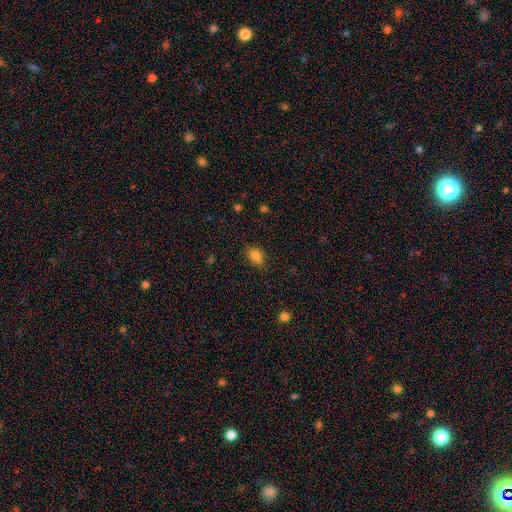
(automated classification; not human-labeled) This appears to be a smooth galaxy with no disk features (80%) that is in between round and cigar-shaped (72%). Merging: none (72%).